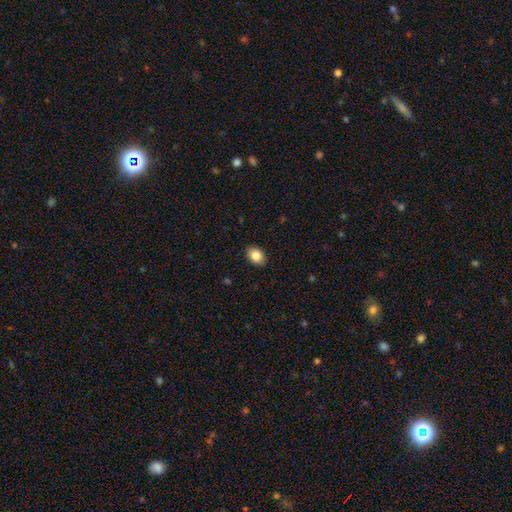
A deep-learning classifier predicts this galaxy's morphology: smooth 85%, star or artifact 8%, featured or disk 6%. Down the decision tree: how rounded — in between (74%); merging — none (89%).